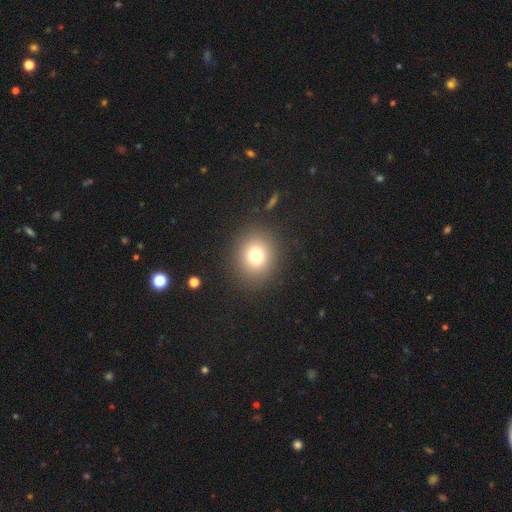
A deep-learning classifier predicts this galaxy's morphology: Smooth or featured: smooth — 76% (star or artifact — 14%)
How rounded: round — 78% (in between — 21%)
Merging: none — 89% (minor disturbance — 6%)